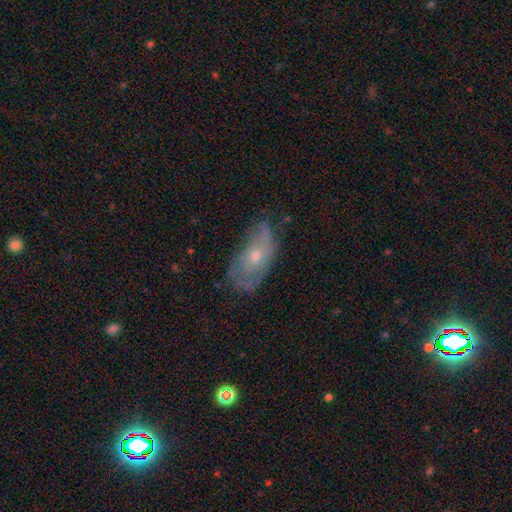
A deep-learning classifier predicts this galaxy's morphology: featured or disk 54%, smooth 38%, star or artifact 8%. Down the decision tree: edge-on disk — no (88%); merging — none (50%).